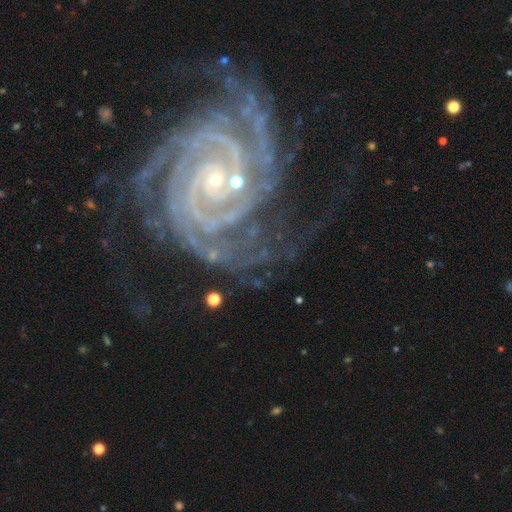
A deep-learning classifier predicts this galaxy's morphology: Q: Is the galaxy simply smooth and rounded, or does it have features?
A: featured or disk — 93%.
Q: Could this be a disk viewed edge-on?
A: no — 98%.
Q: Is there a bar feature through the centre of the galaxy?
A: no — 61%.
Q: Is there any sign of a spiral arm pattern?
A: yes — 99%.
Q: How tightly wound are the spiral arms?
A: tight — 82%.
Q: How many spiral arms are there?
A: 2 — 27%.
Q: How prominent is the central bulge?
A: small — 83%.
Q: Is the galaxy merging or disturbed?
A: none — 66%.